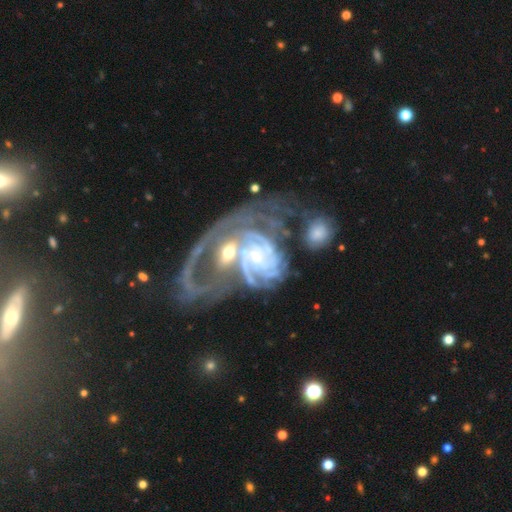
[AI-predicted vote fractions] smooth-or-featured: featured or disk: 88% | smooth: 6% | star or artifact: 6%
  disk-edge-on: no: 97% | yes: 3%
    bar: no: 62% | weak: 26% | strong: 12%
    has-spiral-arms: yes: 96% | no: 4%
      spiral-winding: tight: 62% | medium: 29% | loose: 9%
      spiral-arm-count: can't tell: 29% | 3: 20% | 2: 17% | 4: 16% | more than 4: 11% | 1: 8%
    bulge-size: small: 68% | moderate: 20% | none: 7% | large: 3% | dominant: 1%
  merging: merger: 54% | none: 18% | major disturbance: 17% | minor disturbance: 11%